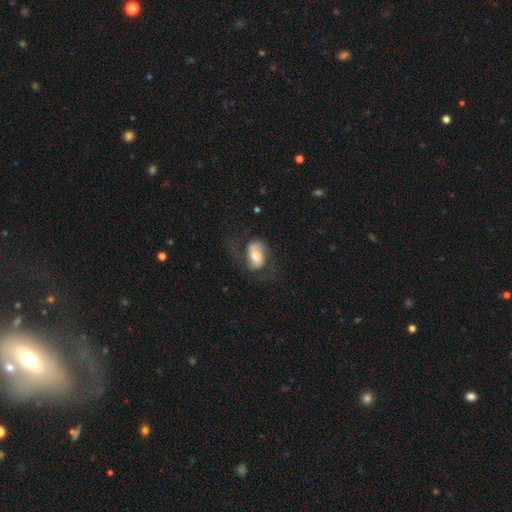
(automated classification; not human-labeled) smooth-or-featured: featured or disk: 52% | smooth: 41% | star or artifact: 7%
  disk-edge-on: no: 95% | yes: 5%
  merging: none: 49% | major disturbance: 27% | minor disturbance: 22% | merger: 3%